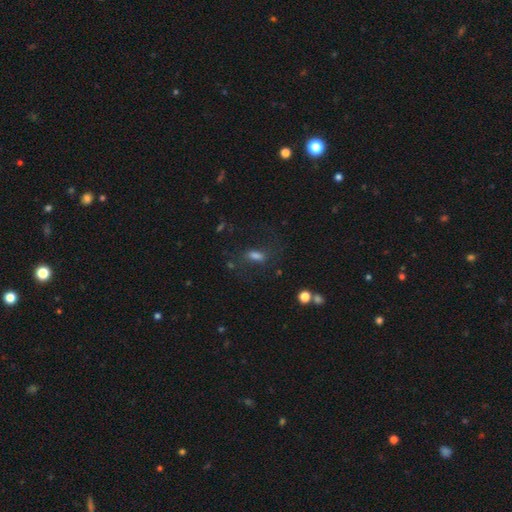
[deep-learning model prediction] Smooth or featured: smooth — 54% (star or artifact — 25%)
How rounded: in between — 69% (cigar-shaped — 19%)
Merging: none — 65% (minor disturbance — 16%)